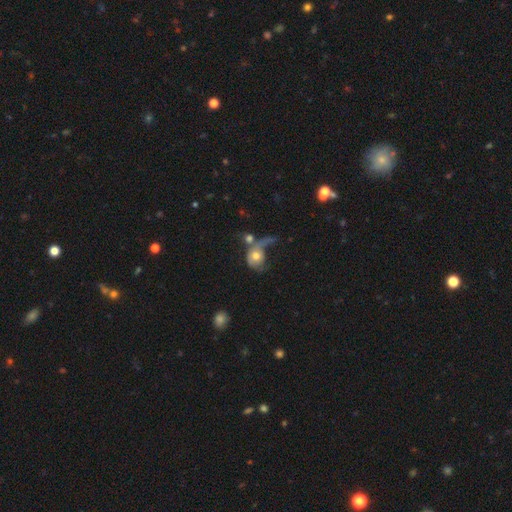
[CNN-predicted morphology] The model was most divided on "merging": major disturbance: 43%, merger: 31%, none: 15%, minor disturbance: 11%. More confident: how rounded — round (59%); smooth or featured — smooth (53%).